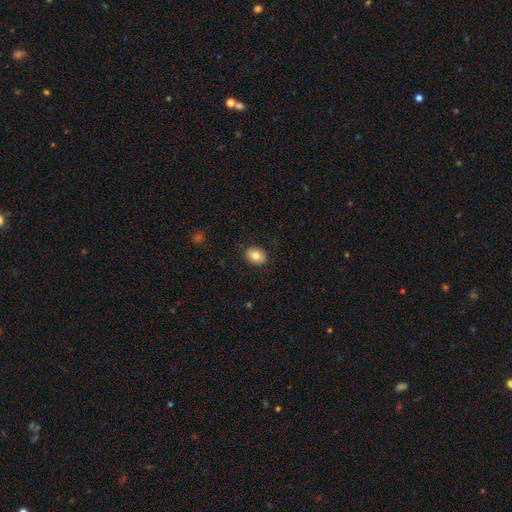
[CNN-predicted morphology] Overall: smooth (82%). How rounded: in between (67%; round 32%). Merging: none (88%).